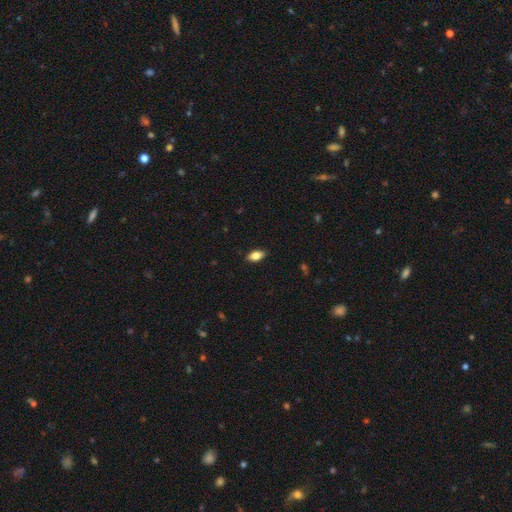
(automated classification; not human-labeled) A smooth galaxy with no disk features (75%) that is in between round and cigar-shaped (88%). Merging: none (87%).